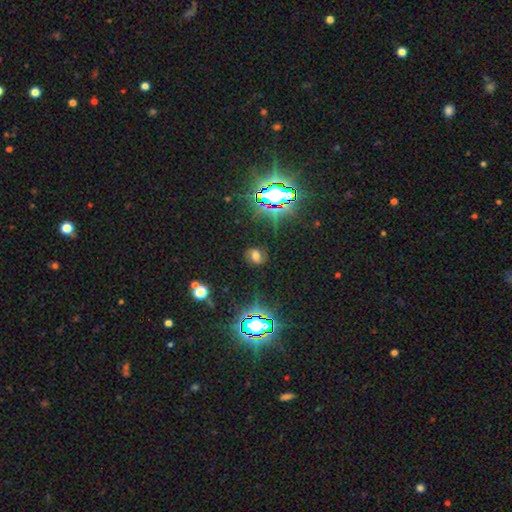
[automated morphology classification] The model was most divided on "smooth or featured": smooth: 39%, star or artifact: 33%, featured or disk: 28%. More confident: merging — none (74%).